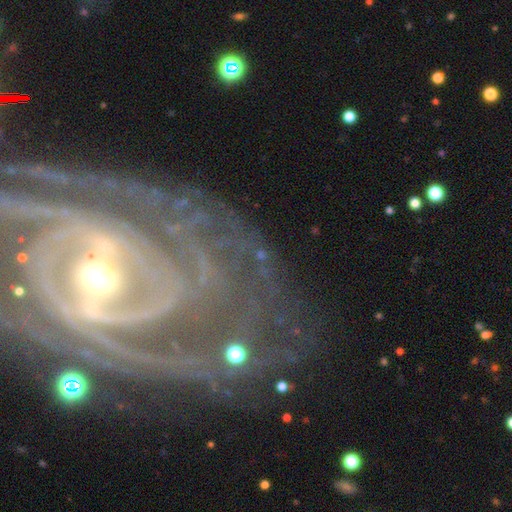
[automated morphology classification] Smooth or featured?
  - featured or disk: 89% *
  - star or artifact: 7%
  - smooth: 4%
Edge-on disk?
  - no: 95% *
  - yes: 5%
Bar?
  - strong: 47% *
  - weak: 30%
  - no: 22%
Spiral arms?
  - yes: 95% *
  - no: 5%
Spiral winding?
  - tight: 75% *
  - medium: 21%
  - loose: 5%
Spiral arm count?
  - can't tell: 24% *
  - 2: 21%
  - 3: 18%
  - 4: 15%
  - more than 4: 14%
  - 1: 9%
Bulge size?
  - moderate: 51% *
  - small: 42%
  - large: 4%
  - dominant: 1%
  - none: 1%
Merging?
  - none: 71% *
  - minor disturbance: 16%
  - major disturbance: 10%
  - merger: 3%